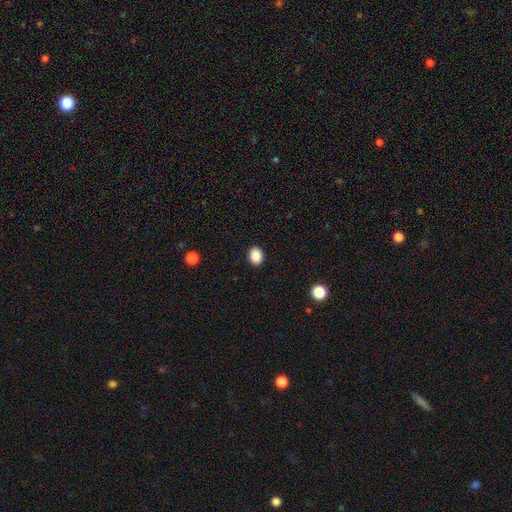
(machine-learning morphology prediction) Overall: smooth (89%). How rounded: in between (51%; round 48%). Merging: none (91%).